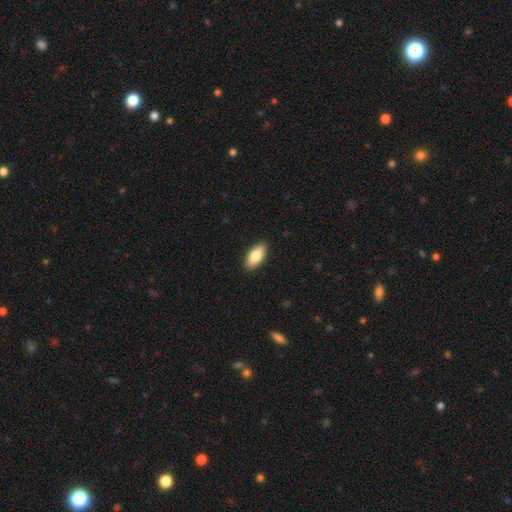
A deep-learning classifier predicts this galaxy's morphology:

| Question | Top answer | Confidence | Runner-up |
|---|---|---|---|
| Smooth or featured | smooth | 80% | featured or disk (13%) |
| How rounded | in between | 87% | cigar-shaped (10%) |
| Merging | none | 90% | minor disturbance (8%) |